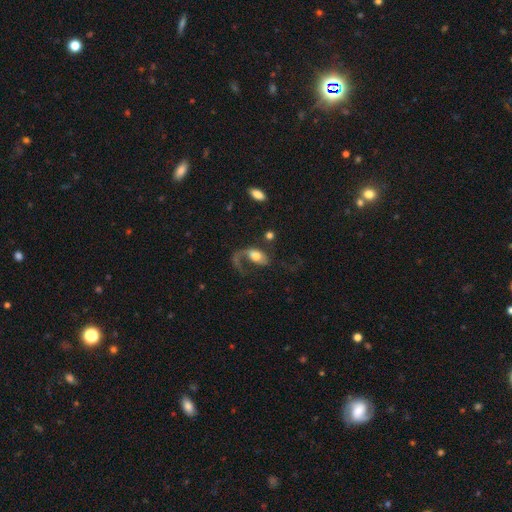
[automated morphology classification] This appears to be a featured or disk galaxy (56%) with no bar (66%), spiral arms (78%) and a moderate central bulge (53%). Merging: major disturbance (55%).